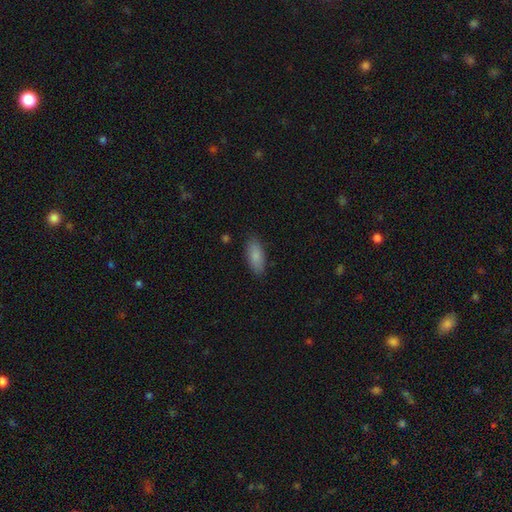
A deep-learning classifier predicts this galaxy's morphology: type=smooth (85%); roundness=in between (82%); merging=none (86%).